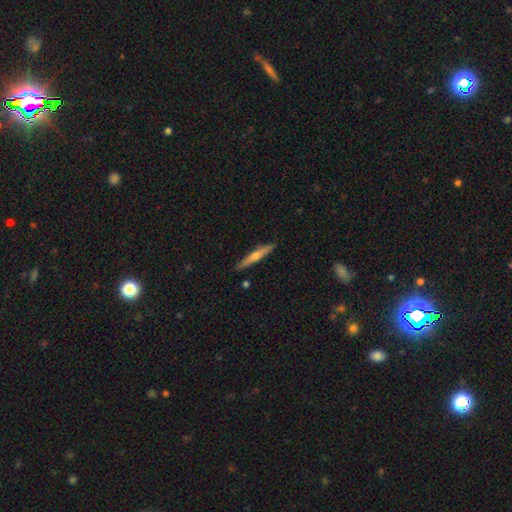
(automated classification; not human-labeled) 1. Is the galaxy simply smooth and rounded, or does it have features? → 60% featured or disk, 34% smooth, 6% star or artifact.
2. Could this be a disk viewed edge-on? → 96% yes, 4% no.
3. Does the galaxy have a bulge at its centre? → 84% rounded, 13% none, 3% boxy.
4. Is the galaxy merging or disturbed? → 90% none, 8% minor disturbance, 1% major disturbance, 1% merger.